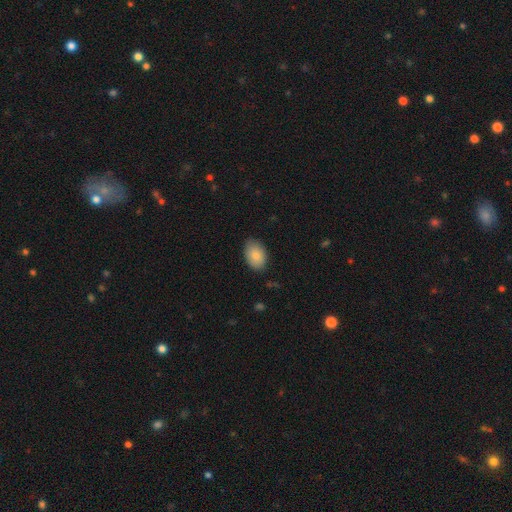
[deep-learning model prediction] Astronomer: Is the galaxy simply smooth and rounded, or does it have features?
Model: smooth — 85%.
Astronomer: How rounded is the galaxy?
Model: in between — 89%.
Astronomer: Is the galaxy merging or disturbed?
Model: none — 82%.